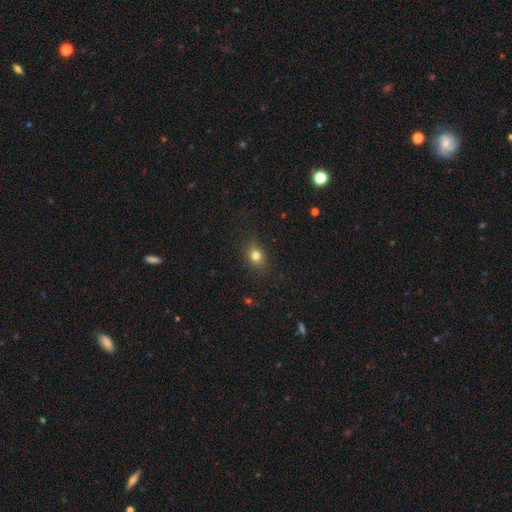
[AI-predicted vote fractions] Smooth or featured? smooth (79%)
How rounded? in between (54%)
Merging? none (85%)